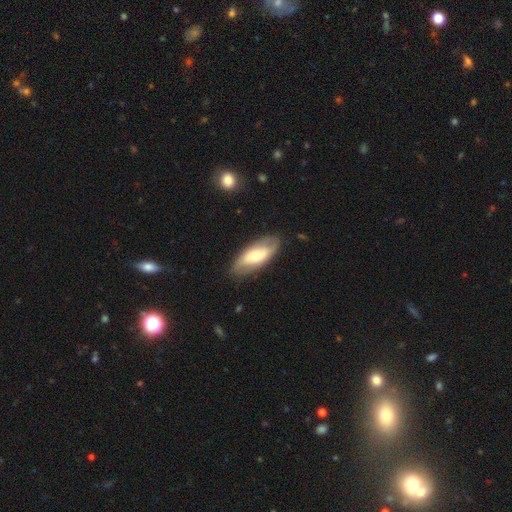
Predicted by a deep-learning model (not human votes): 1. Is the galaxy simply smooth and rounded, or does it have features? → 48% featured or disk, 46% smooth, 6% star or artifact.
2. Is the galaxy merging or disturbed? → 81% none, 14% minor disturbance, 4% major disturbance, 1% merger.